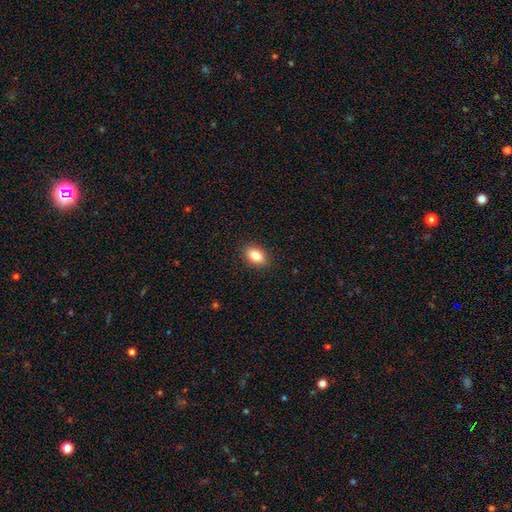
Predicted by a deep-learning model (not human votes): Morphology: type=smooth (84%); roundness=in between (87%); merging=none (89%).